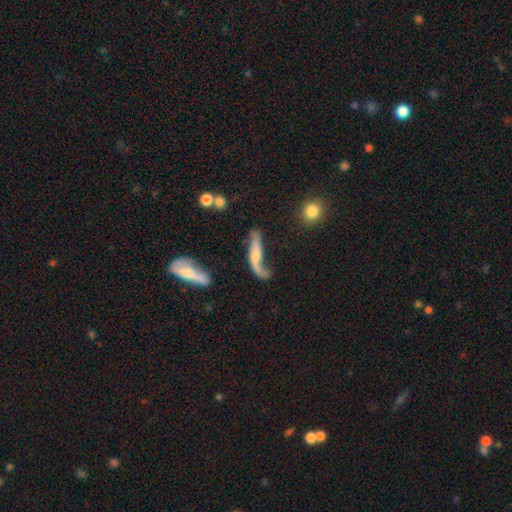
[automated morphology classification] smooth-or-featured: featured or disk: 70% | smooth: 23% | star or artifact: 8%
  disk-edge-on: no: 65% | yes: 35%
  merging: none: 37% | major disturbance: 28% | minor disturbance: 23% | merger: 13%